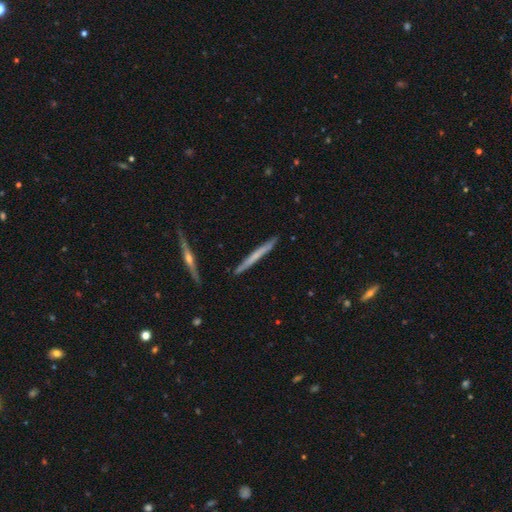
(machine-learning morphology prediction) Overall: featured or disk (53%; smooth 41%). Edge-on disk: yes (97%). Edge-on bulge: none (70%). Merging: none (89%).